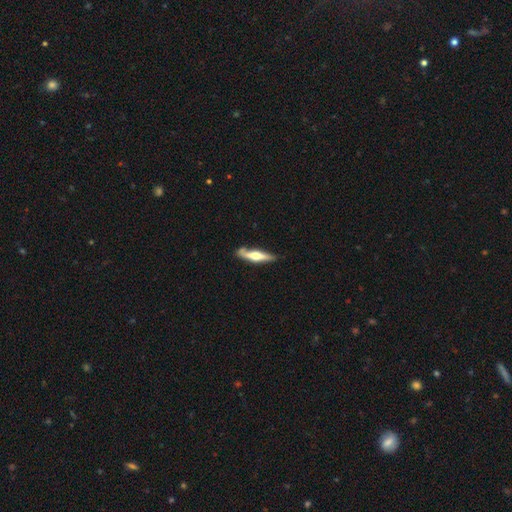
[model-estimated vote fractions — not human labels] Smooth or featured? featured or disk (60%)
Edge-on disk? yes (91%)
Edge-on bulge? rounded (92%)
Merging? none (73%)